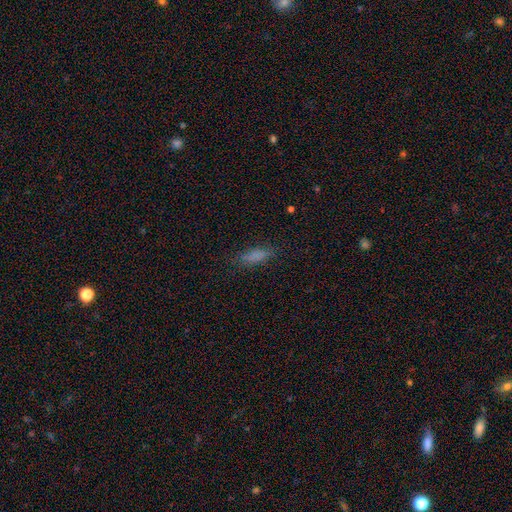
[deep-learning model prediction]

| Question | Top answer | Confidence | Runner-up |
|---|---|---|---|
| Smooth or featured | smooth | 79% | star or artifact (12%) |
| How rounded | in between | 59% | cigar-shaped (38%) |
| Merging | none | 76% | minor disturbance (17%) |